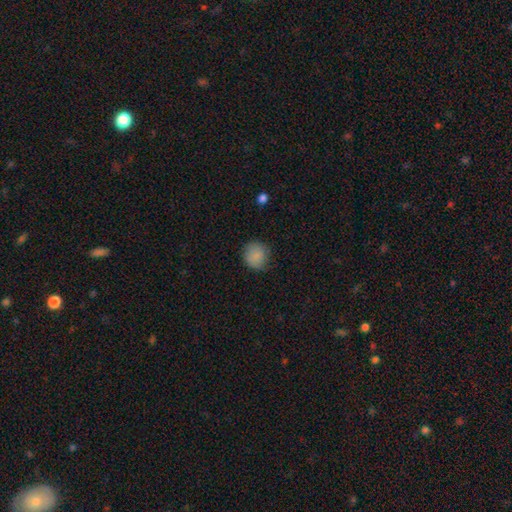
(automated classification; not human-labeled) smooth_or_featured: smooth (p=0.86) [alt: star or artifact p=0.08]
how_rounded: round (p=0.87) [alt: in between p=0.12]
merging: none (p=0.78) [alt: minor disturbance p=0.18]